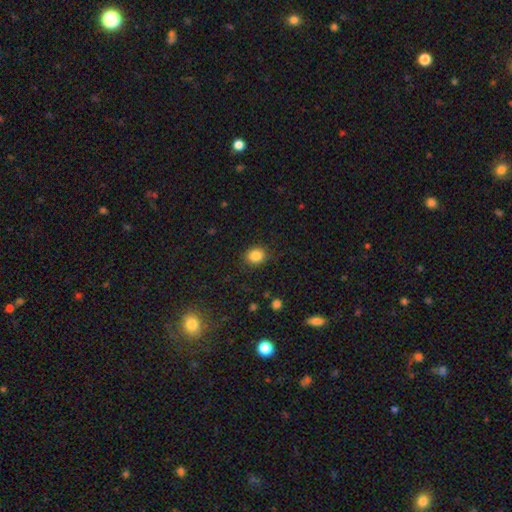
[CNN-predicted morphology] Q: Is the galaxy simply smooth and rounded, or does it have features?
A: smooth — 85%.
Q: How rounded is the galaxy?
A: round — 73%.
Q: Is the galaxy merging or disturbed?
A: none — 87%.